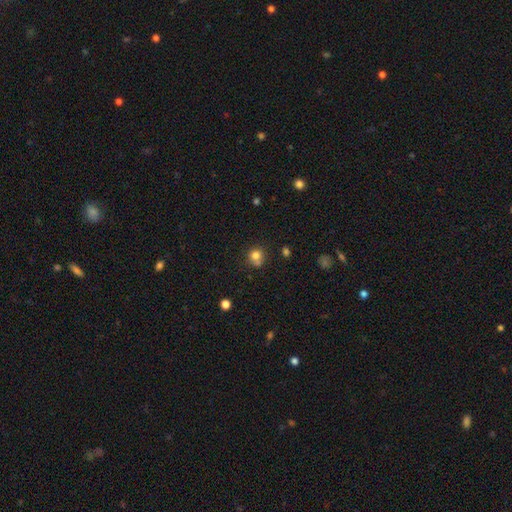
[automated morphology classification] Smooth or featured? smooth (79%)
How rounded? round (85%)
Merging? none (58%)